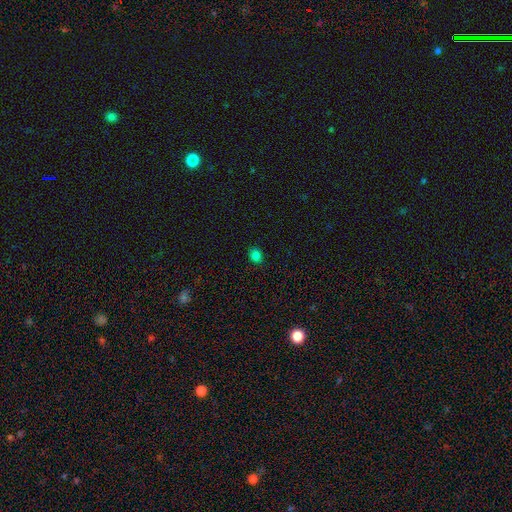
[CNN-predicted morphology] The model was most divided on "how rounded": in between: 51%, round: 48%, cigar-shaped: 1%. More confident: merging — none (88%); smooth or featured — smooth (81%).